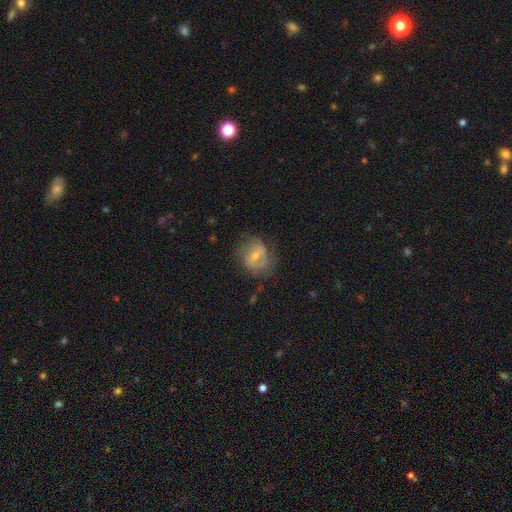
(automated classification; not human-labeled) smooth_or_featured: featured or disk (p=0.59) [alt: smooth p=0.33]
disk_edge_on: no (p=0.96) [alt: yes p=0.04]
bar: weak (p=0.50) [alt: no p=0.31]
has_spiral_arms: yes (p=0.65) [alt: no p=0.35]
bulge_size: small (p=0.50) [alt: moderate p=0.42]
merging: none (p=0.52) [alt: minor disturbance p=0.26]